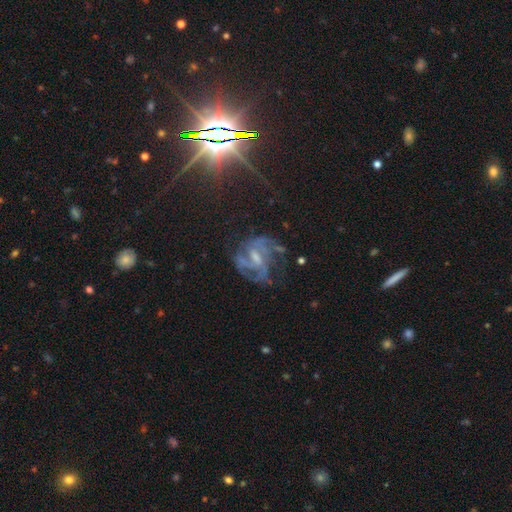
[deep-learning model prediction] A featured or disk galaxy (75%) with a weak bar (51%), medium (48%) spiral arms (89%) and a moderate central bulge (39%). Merging: none (54%).